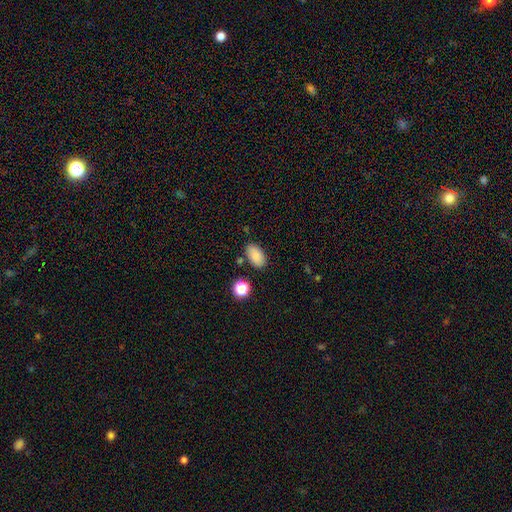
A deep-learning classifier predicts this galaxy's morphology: Smooth or featured? Predicted: smooth (p=0.86). How rounded? Predicted: in between (p=0.92). Merging? Predicted: none (p=0.81).